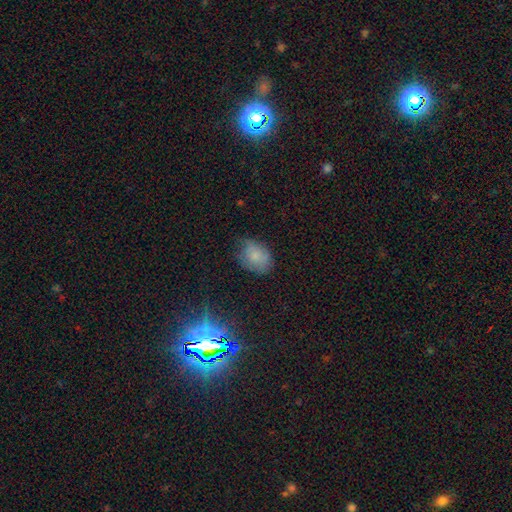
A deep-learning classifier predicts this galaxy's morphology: Smooth or featured? Predicted: smooth (p=0.73). How rounded? Predicted: in between (p=0.69). Merging? Predicted: none (p=0.59).